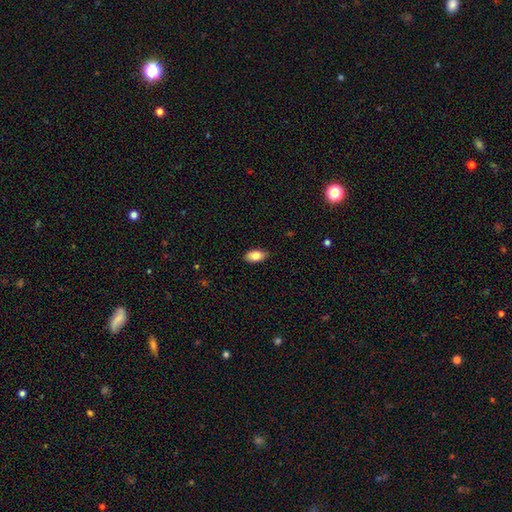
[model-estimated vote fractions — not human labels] Smooth or featured?
  - smooth: 83% *
  - featured or disk: 10%
  - star or artifact: 7%
How rounded?
  - in between: 93% *
  - cigar-shaped: 4%
  - round: 4%
Merging?
  - none: 88% *
  - minor disturbance: 10%
  - major disturbance: 2%
  - merger: 1%